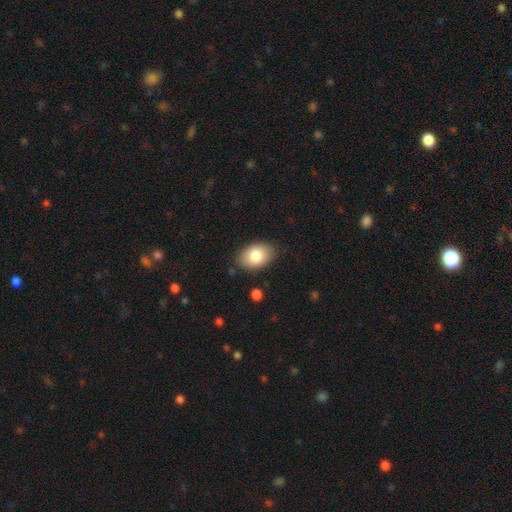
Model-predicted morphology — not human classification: Smooth or featured? smooth (82%)
How rounded? in between (87%)
Merging? none (84%)